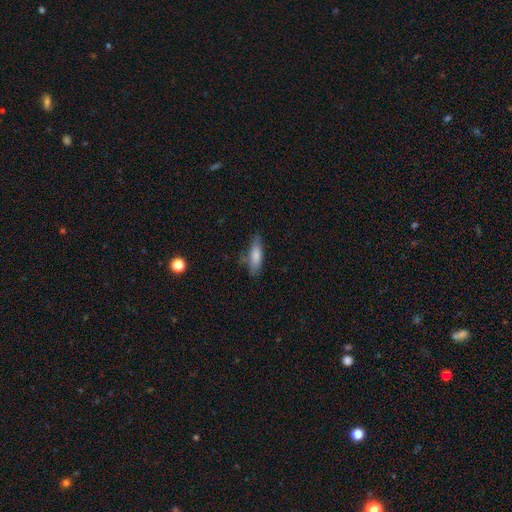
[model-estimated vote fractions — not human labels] smooth 77%, featured or disk 16%, star or artifact 7%. Down the decision tree: how rounded — in between (53%); merging — none (68%).